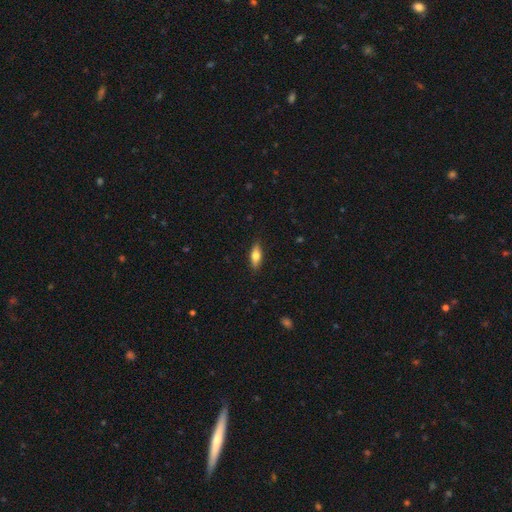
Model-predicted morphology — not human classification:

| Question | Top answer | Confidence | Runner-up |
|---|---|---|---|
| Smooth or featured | smooth | 65% | featured or disk (28%) |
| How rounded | in between | 62% | cigar-shaped (35%) |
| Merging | none | 88% | minor disturbance (9%) |